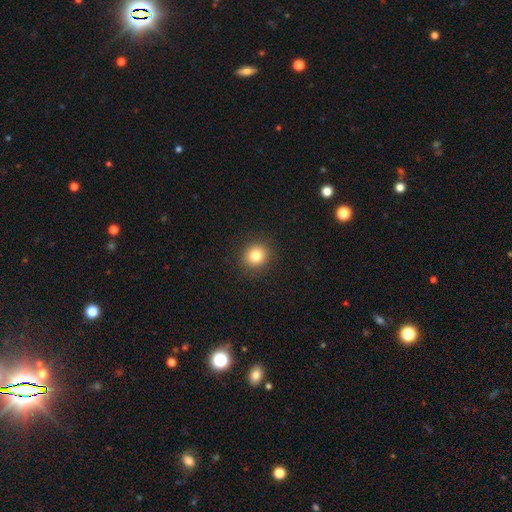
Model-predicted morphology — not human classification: Smooth or featured? smooth (82%)
How rounded? round (84%)
Merging? none (91%)